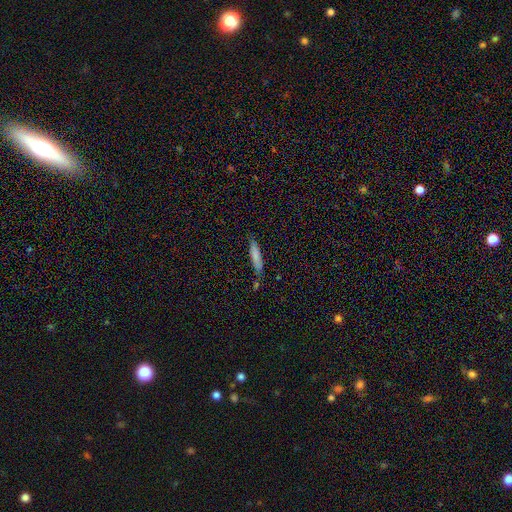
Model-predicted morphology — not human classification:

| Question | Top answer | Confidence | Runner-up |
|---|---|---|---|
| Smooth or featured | smooth | 76% | featured or disk (17%) |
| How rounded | cigar-shaped | 88% | in between (11%) |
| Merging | none | 74% | minor disturbance (17%) |